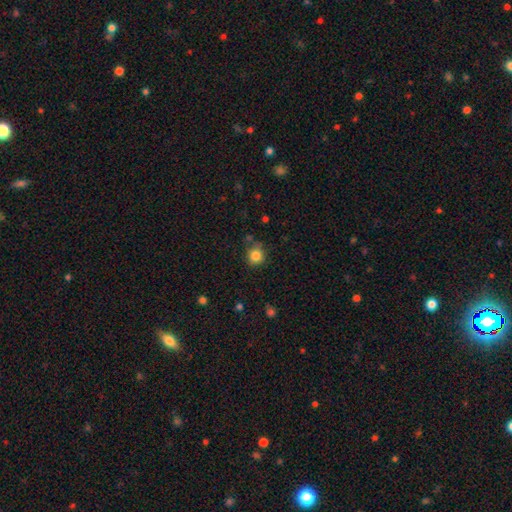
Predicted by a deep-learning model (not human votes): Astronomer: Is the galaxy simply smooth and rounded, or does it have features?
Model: smooth — 83%.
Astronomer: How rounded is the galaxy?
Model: round — 85%.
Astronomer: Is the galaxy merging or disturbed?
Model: none — 72%.